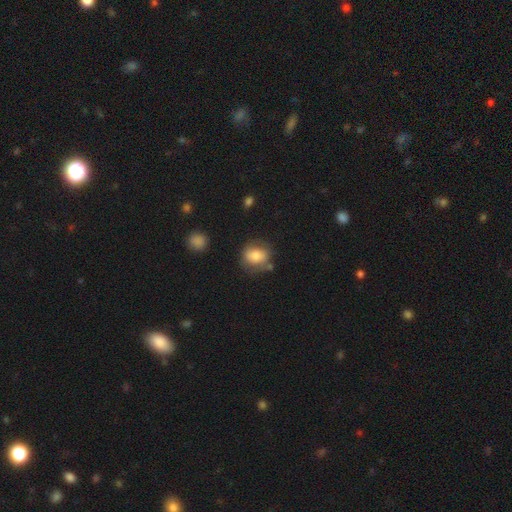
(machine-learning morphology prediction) smooth_or_featured: smooth (p=0.75) [alt: featured or disk p=0.17]
how_rounded: round (p=0.61) [alt: in between p=0.38]
merging: none (p=0.63) [alt: minor disturbance p=0.22]